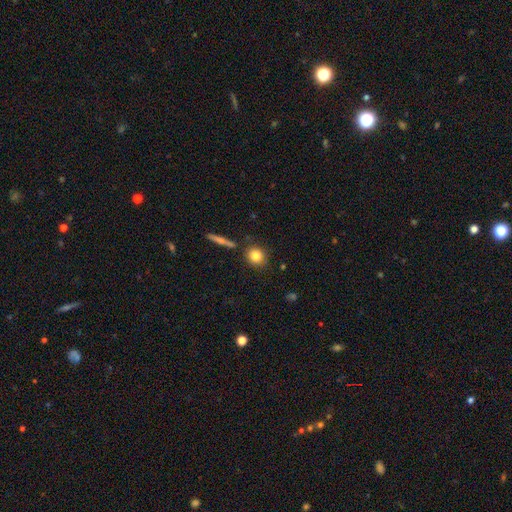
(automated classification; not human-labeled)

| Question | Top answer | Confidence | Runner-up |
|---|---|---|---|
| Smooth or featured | smooth | 82% | star or artifact (9%) |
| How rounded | round | 80% | in between (18%) |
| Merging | none | 84% | minor disturbance (8%) |